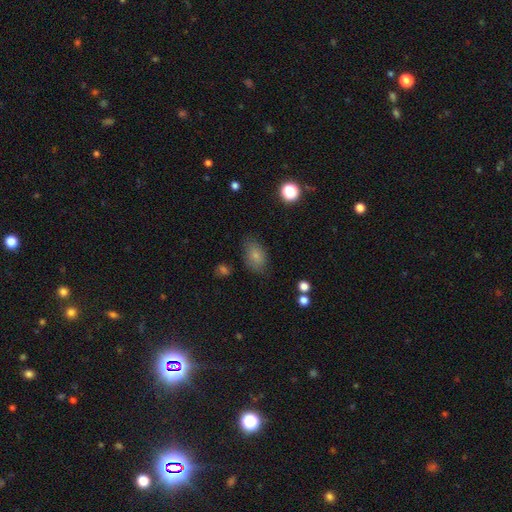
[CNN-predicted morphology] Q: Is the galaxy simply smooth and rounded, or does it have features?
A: smooth — 78%.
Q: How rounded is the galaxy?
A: in between — 87%.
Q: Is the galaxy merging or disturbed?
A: none — 75%.